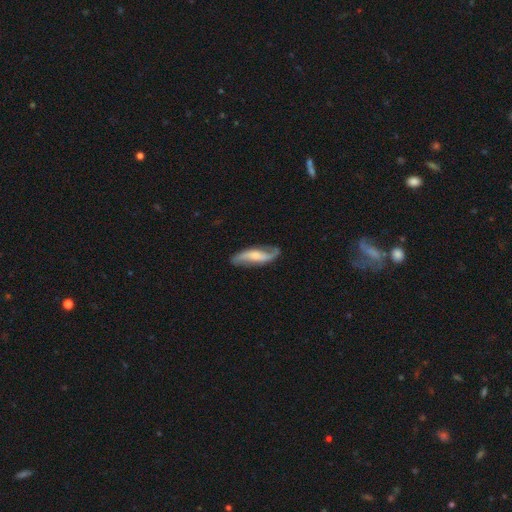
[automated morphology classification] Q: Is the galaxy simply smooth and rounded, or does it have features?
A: featured or disk — 77%.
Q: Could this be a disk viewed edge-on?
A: no — 88%.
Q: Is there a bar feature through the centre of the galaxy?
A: no — 41%.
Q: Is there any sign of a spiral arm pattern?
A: yes — 95%.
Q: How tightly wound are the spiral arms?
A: loose — 65%.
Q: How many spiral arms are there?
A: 2 — 90%.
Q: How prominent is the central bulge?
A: moderate — 41%.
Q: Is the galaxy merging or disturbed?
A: none — 76%.